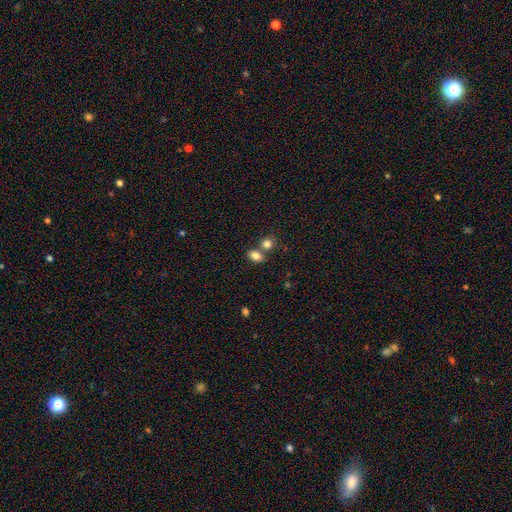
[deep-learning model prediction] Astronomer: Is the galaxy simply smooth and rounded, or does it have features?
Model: smooth — 83%.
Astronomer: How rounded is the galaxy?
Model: in between — 73%.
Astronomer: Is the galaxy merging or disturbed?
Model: none — 55% (runner-up: merger, 32%).